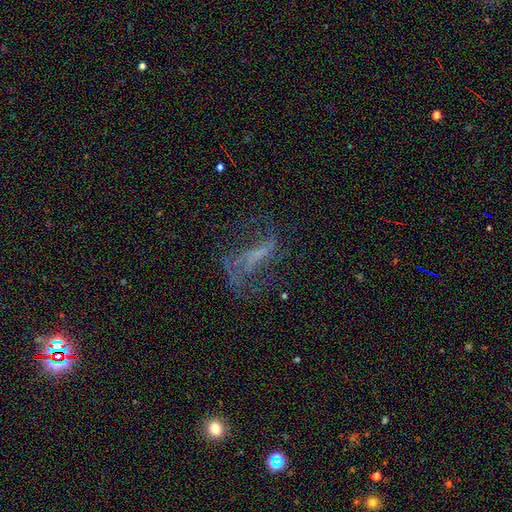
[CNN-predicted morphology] A featured or disk galaxy (62%) with no bar (36%), spiral arms (61%) and no central bulge (59%). Merging: none (44%).